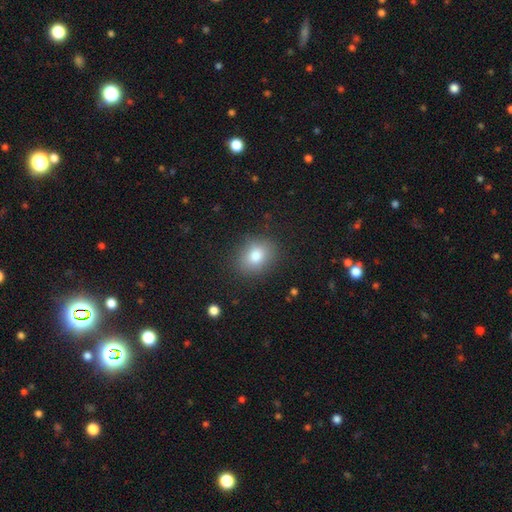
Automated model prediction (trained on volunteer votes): Q: Smooth or featured?
A: smooth (81%); runner-up: star or artifact (10%)
Q: How rounded?
A: round (51%); runner-up: in between (48%)
Q: Merging?
A: none (85%); runner-up: minor disturbance (10%)